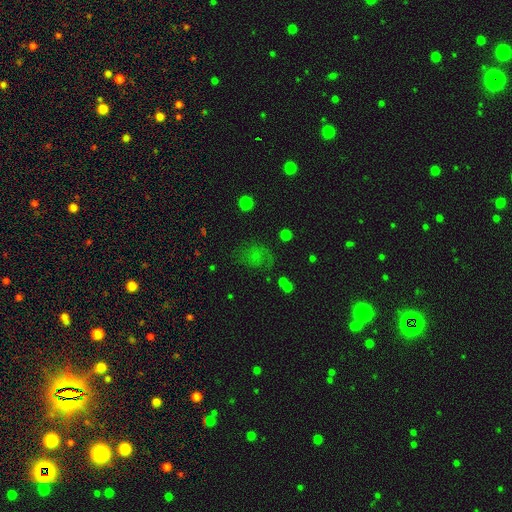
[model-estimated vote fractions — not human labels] Smooth or featured?
  - smooth: 51% *
  - star or artifact: 26%
  - featured or disk: 22%
How rounded?
  - round: 62% *
  - in between: 37%
  - cigar-shaped: 1%
Merging?
  - none: 53% *
  - minor disturbance: 22%
  - major disturbance: 21%
  - merger: 5%